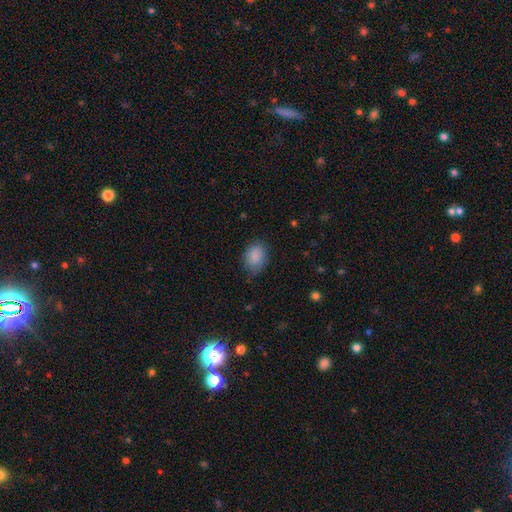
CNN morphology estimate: Q: Smooth or featured?
A: smooth (88%); runner-up: star or artifact (7%)
Q: How rounded?
A: in between (73%); runner-up: round (26%)
Q: Merging?
A: none (74%); runner-up: minor disturbance (20%)